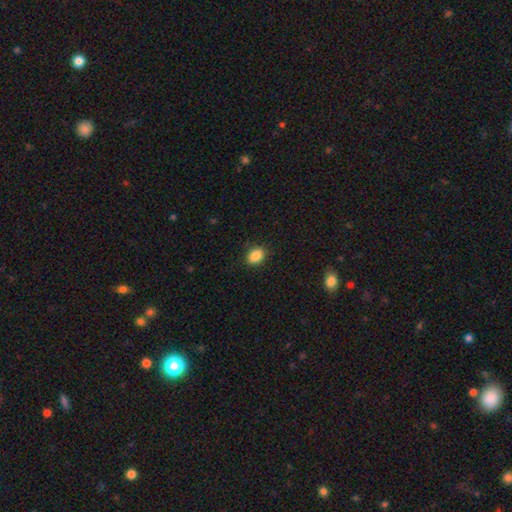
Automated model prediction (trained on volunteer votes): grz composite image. It shows a smooth galaxy with no disk features (87%) that is in between round and cigar-shaped (71%). Merging: none (87%).